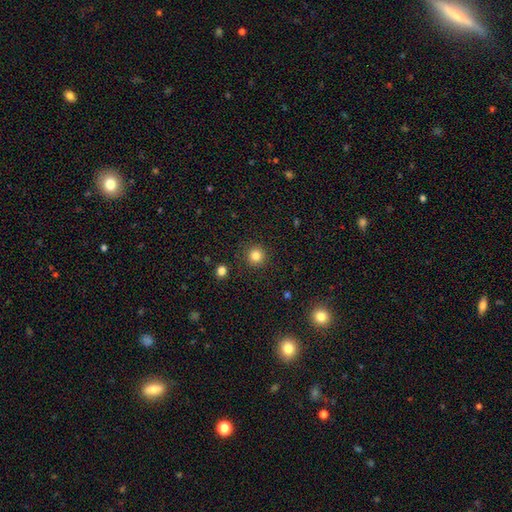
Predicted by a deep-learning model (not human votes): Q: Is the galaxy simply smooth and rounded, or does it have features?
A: smooth — 83%.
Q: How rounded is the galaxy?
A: round — 95%.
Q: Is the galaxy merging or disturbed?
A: none — 91%.